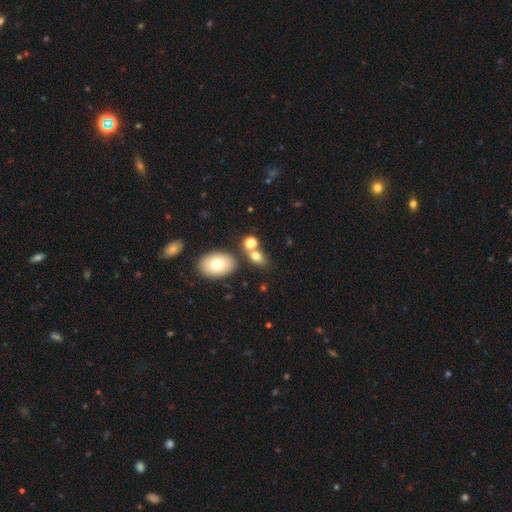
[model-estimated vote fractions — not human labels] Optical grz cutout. It shows a smooth galaxy with no disk features (73%) that is in between round and cigar-shaped (71%). Merging: none (61%).